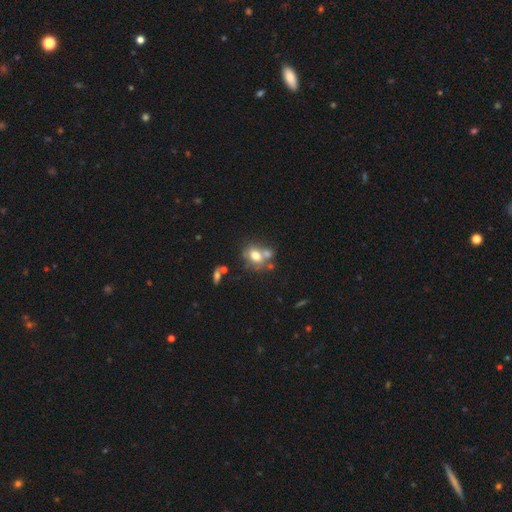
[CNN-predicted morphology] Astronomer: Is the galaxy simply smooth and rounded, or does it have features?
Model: smooth — 69%.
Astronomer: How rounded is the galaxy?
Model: in between — 54% (runner-up: round, 45%).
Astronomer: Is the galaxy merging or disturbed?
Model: none — 45% (runner-up: merger, 34%).